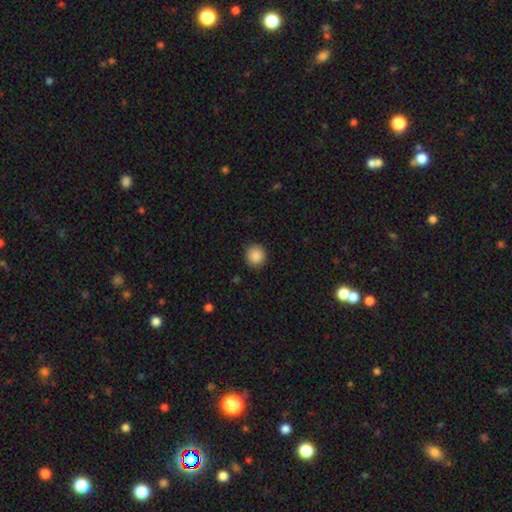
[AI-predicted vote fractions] Smooth or featured: smooth — 88% (star or artifact — 9%)
How rounded: round — 90% (in between — 9%)
Merging: none — 88% (minor disturbance — 9%)